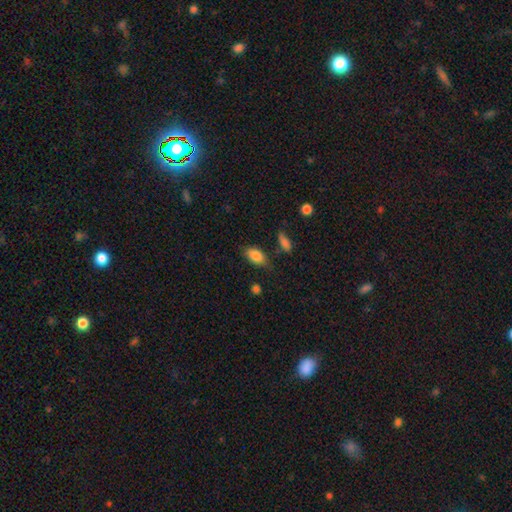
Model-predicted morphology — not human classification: A smooth galaxy with no disk features (85%) that is in between round and cigar-shaped (90%).

Vote fractions:
- Smooth or featured? smooth: 85% / star or artifact: 8% / featured or disk: 8%
- How rounded? in between: 90% / round: 5% / cigar-shaped: 5%
- Merging? none: 75% / minor disturbance: 17% / major disturbance: 4% / merger: 4%